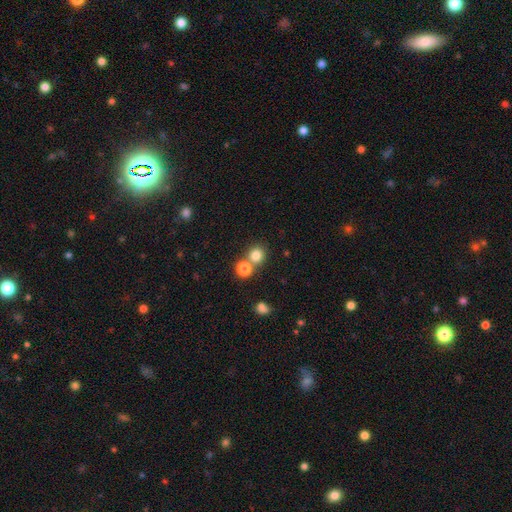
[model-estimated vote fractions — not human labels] Overall: smooth (80%). How rounded: round (87%). Merging: none (59%; merger 32%).